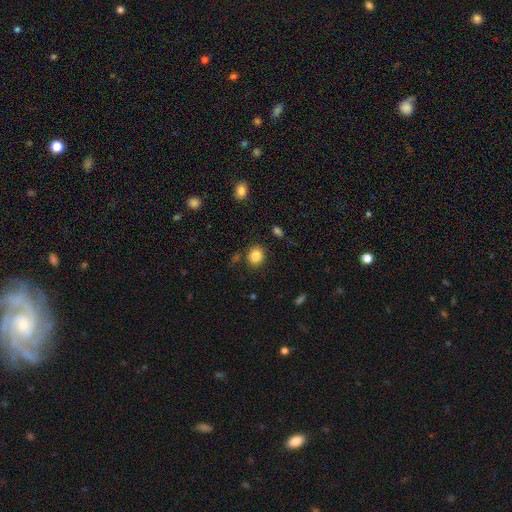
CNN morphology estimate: This is clearly a smooth galaxy (85%). How rounded: likely round (69%). Merging: clearly none (85%).